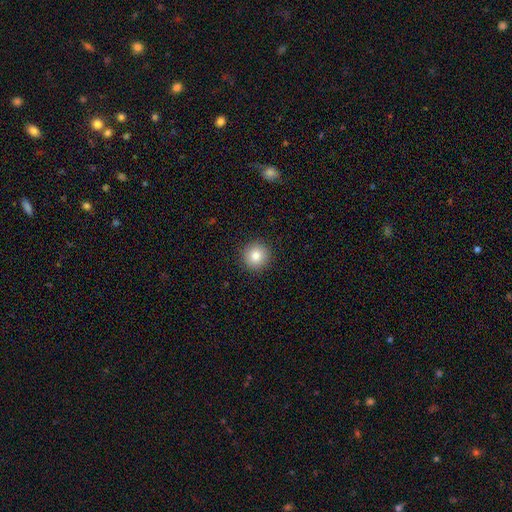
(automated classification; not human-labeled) This is clearly a smooth galaxy (83%). How rounded: clearly round (95%). Merging: clearly none (92%).